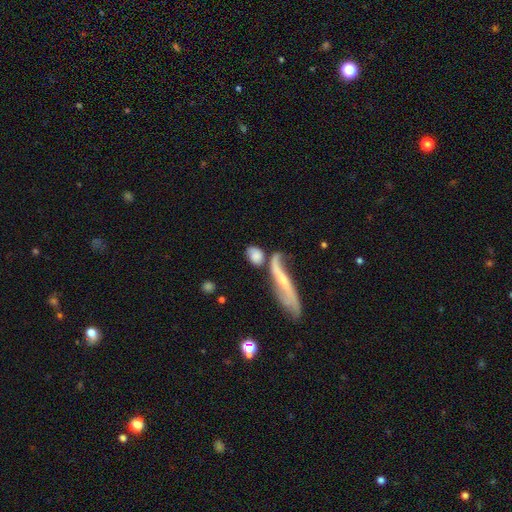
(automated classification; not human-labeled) Overall: smooth (68%). How rounded: in between (52%; round 30%). Merging: merger (37%; none 34%).